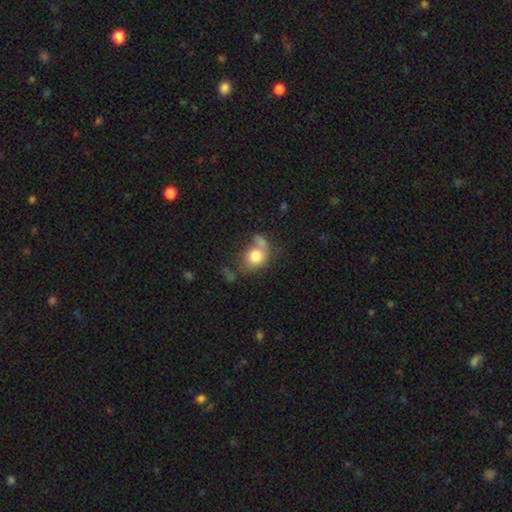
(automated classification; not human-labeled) The model was most divided on "merging": none: 40%, merger: 25%, minor disturbance: 21%, major disturbance: 15%. More confident: smooth or featured — smooth (78%); how rounded — round (60%).